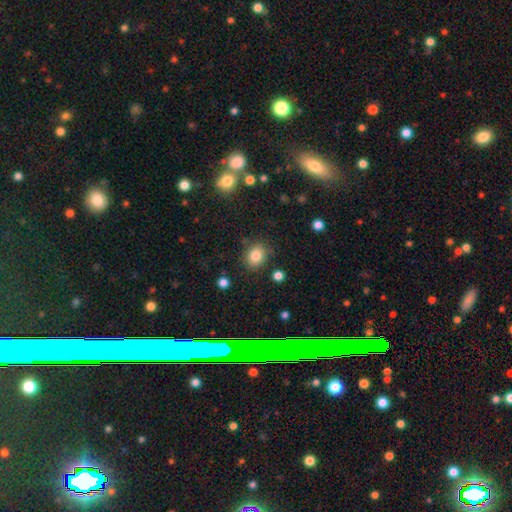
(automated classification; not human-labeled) This appears to be a smooth galaxy with no disk features (83%) that is round (57%). Merging: none (82%).